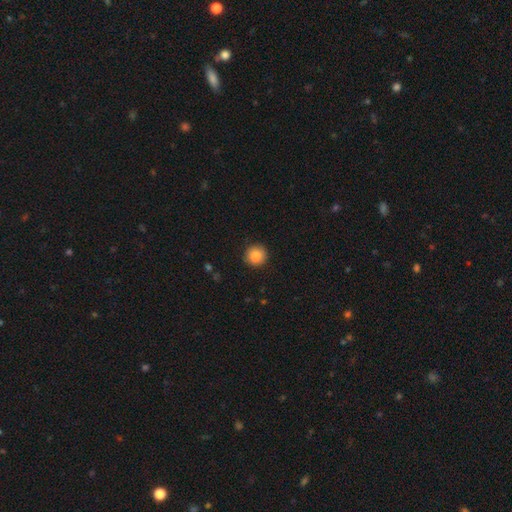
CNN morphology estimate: Q: Smooth or featured?
A: smooth (88%); runner-up: star or artifact (8%)
Q: How rounded?
A: round (94%); runner-up: in between (5%)
Q: Merging?
A: none (90%); runner-up: minor disturbance (7%)